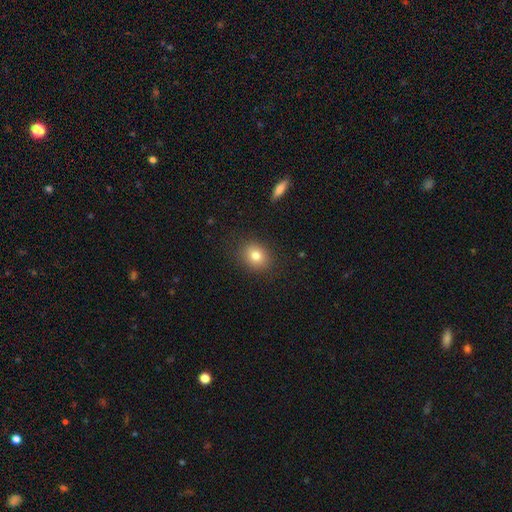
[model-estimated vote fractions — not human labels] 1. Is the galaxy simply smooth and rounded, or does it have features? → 80% smooth, 11% star or artifact, 9% featured or disk.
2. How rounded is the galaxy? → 60% round, 39% in between, 1% cigar-shaped.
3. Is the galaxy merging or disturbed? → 87% none, 9% minor disturbance, 3% major disturbance, 1% merger.